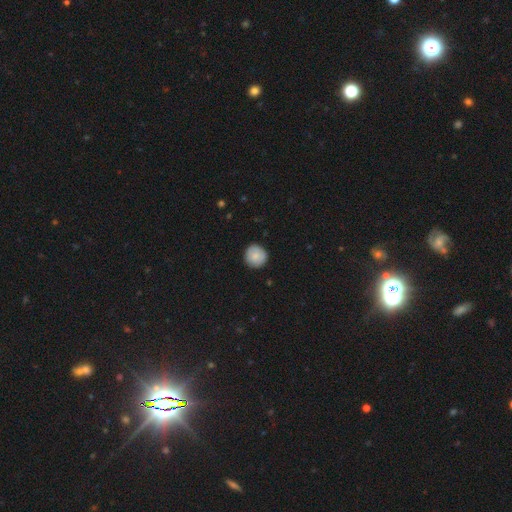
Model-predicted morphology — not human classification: A smooth galaxy with no disk features (84%) that is round (94%). Merging: none (88%).